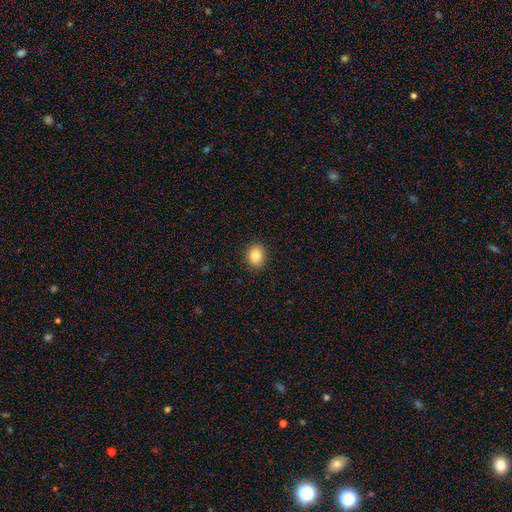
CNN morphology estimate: This appears to be a smooth galaxy with no disk features (86%) that is in between round and cigar-shaped (53%). Merging: none (88%).